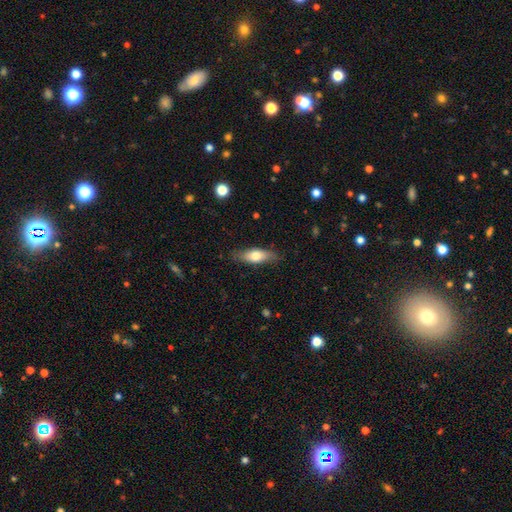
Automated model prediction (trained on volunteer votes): smooth-or-featured: smooth: 68% | featured or disk: 26% | star or artifact: 6%
  how-rounded: in between: 61% | cigar-shaped: 36% | round: 3%
  merging: none: 81% | minor disturbance: 15% | major disturbance: 3% | merger: 1%